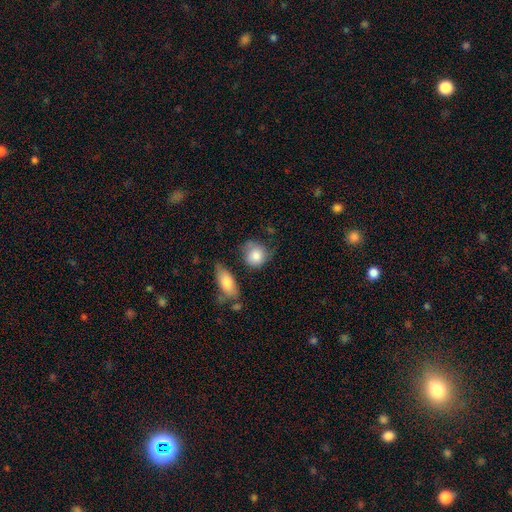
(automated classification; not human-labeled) Smooth or featured? smooth (81%)
How rounded? round (76%)
Merging? none (48%)